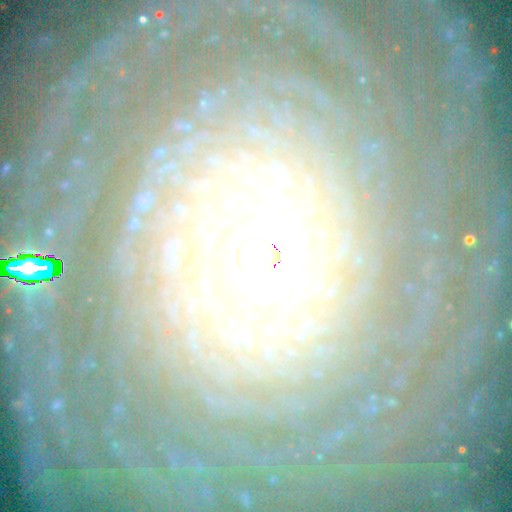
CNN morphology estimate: type=featured or disk (72%); edge-on=no (90%); bar=no (65%); spiral arms=yes (82%); winding=tight (71%); arm count=can't tell (35%); bulge=moderate (49%); merging=none (76%).